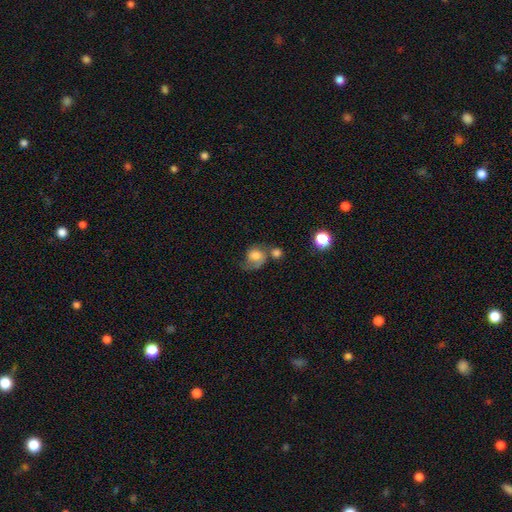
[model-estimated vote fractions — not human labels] This appears to be a smooth galaxy with no disk features (53%) that is round (61%). Merging: none (30%).